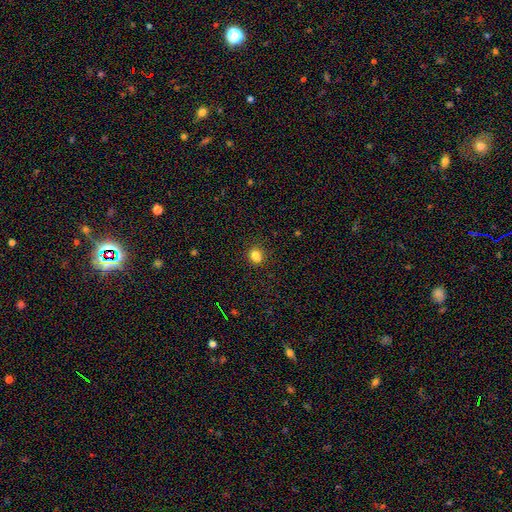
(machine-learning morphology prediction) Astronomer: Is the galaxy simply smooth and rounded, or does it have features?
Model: smooth — 82%.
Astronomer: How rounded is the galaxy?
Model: round — 54% (runner-up: in between, 45%).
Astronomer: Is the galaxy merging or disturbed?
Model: none — 81%.